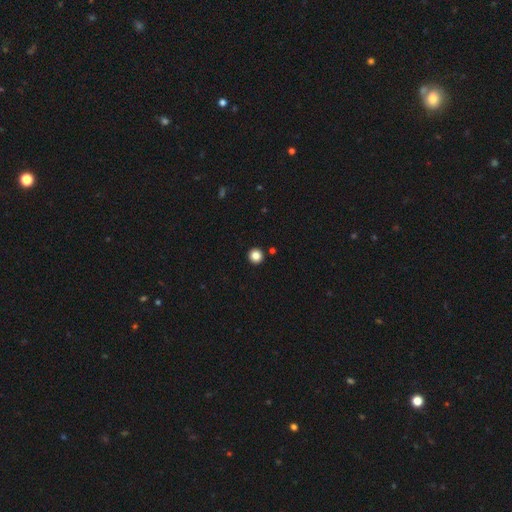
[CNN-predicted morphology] smooth-or-featured: smooth: 85% | star or artifact: 11% | featured or disk: 4%
  how-rounded: round: 96% | in between: 3% | cigar-shaped: 1%
  merging: none: 93% | minor disturbance: 4% | merger: 2% | major disturbance: 1%